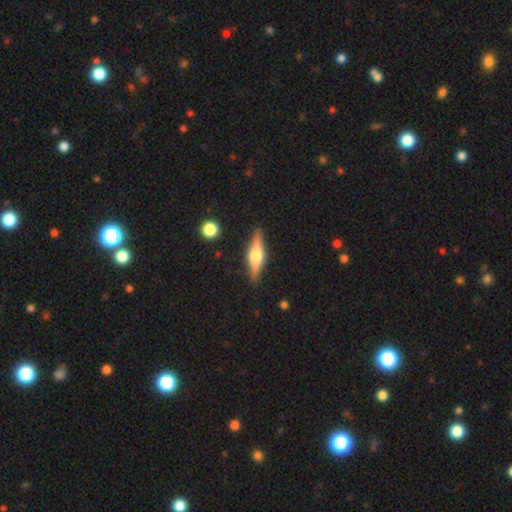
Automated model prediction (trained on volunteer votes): smooth_or_featured: featured or disk (p=0.65) [alt: smooth p=0.30]
disk_edge_on: yes (p=0.96) [alt: no p=0.04]
edge_on_bulge: rounded (p=0.92) [alt: boxy p=0.06]
merging: none (p=0.88) [alt: minor disturbance p=0.09]